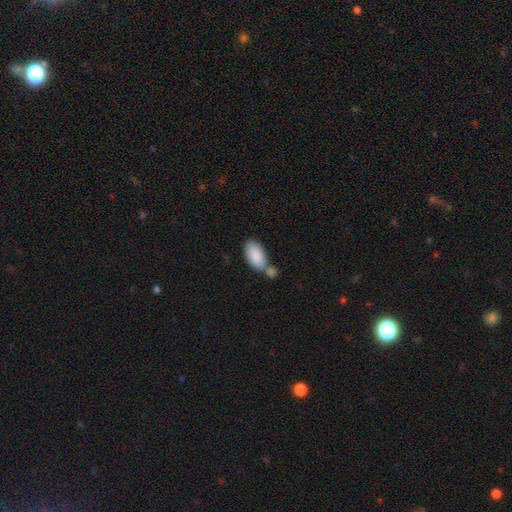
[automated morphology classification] Smooth or featured? smooth (88%)
How rounded? in between (94%)
Merging? none (45%)